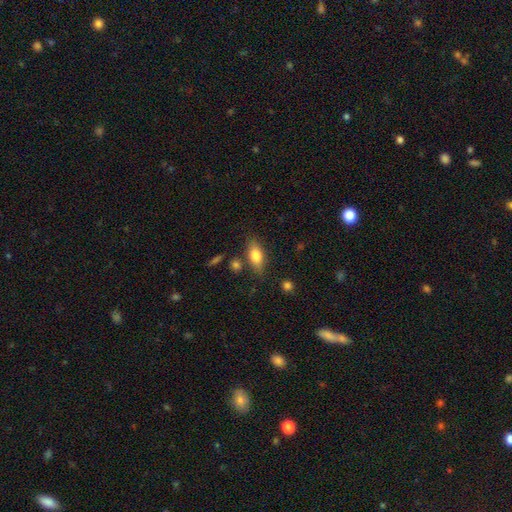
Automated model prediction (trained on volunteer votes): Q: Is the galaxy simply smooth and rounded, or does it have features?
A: smooth — 73%.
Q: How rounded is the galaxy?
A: in between — 79%.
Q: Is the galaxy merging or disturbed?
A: none — 75%.